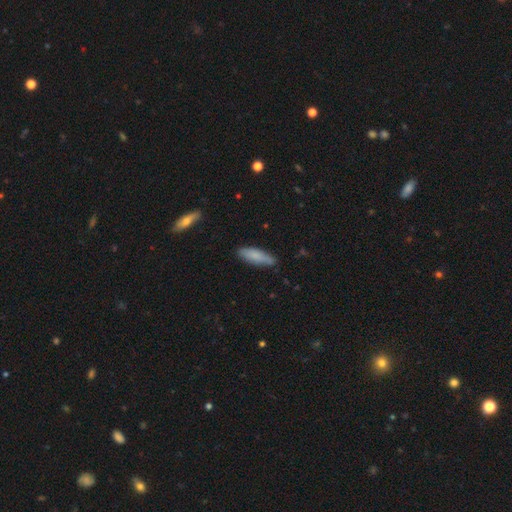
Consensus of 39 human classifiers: Overall: smooth (72%). How rounded: cigar-shaped (68%; in between 32%). Merging: none (83%).